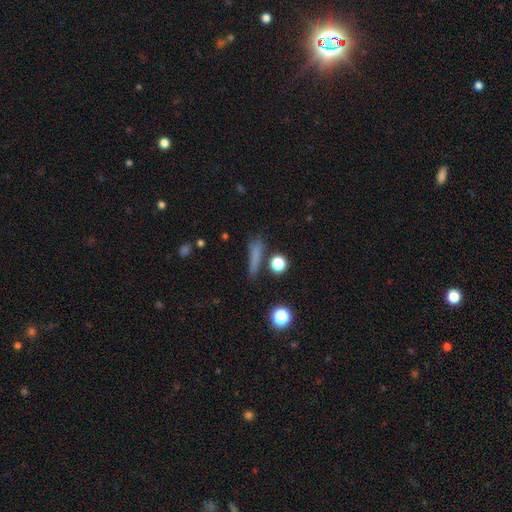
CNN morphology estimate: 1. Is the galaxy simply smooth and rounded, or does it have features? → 71% smooth, 15% star or artifact, 14% featured or disk.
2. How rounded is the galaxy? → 75% cigar-shaped, 15% in between, 11% round.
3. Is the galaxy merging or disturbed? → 70% none, 18% minor disturbance, 7% major disturbance, 5% merger.